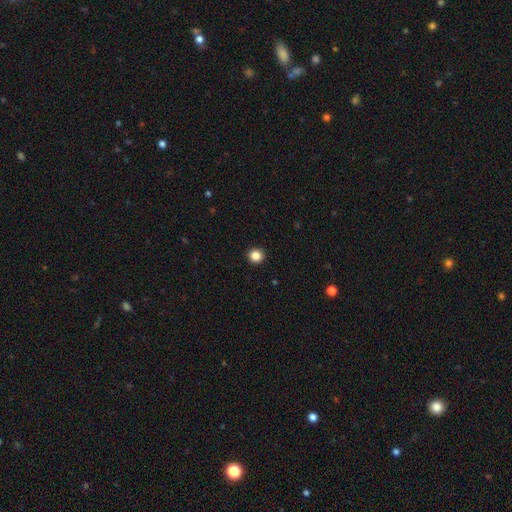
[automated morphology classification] smooth 86%, star or artifact 11%, featured or disk 4%. Down the decision tree: how rounded — round (95%); merging — none (94%).